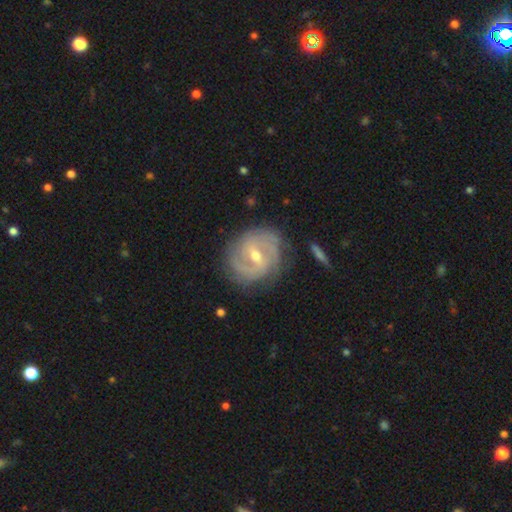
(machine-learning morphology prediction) Smooth or featured? Predicted: featured or disk (p=0.87). Edge-on disk? Predicted: no (p=0.97). Bar? Predicted: weak (p=0.54). Spiral arms? Predicted: yes (p=0.95). Spiral winding? Predicted: tight (p=0.57). Spiral arm count? Predicted: 2 (p=0.46). Bulge size? Predicted: moderate (p=0.55). Merging? Predicted: none (p=0.77).